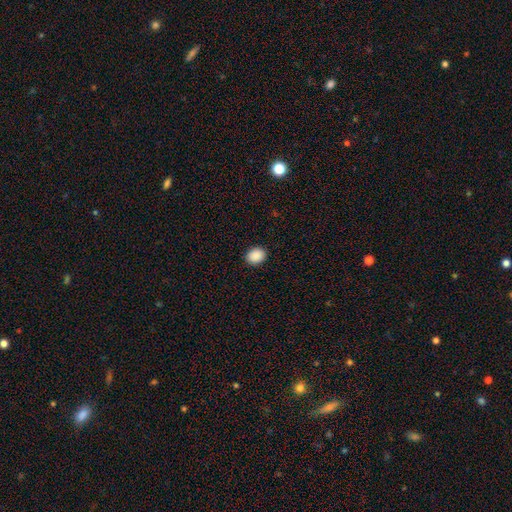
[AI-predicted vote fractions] Smooth or featured? Predicted: smooth (p=0.90). How rounded? Predicted: round (p=0.52). Merging? Predicted: none (p=0.91).